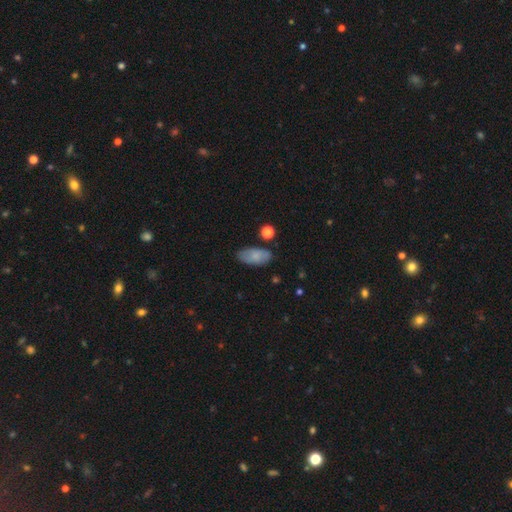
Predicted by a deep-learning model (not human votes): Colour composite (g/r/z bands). It shows a smooth galaxy with no disk features (79%) that is in between round and cigar-shaped (92%). Merging: none (80%).